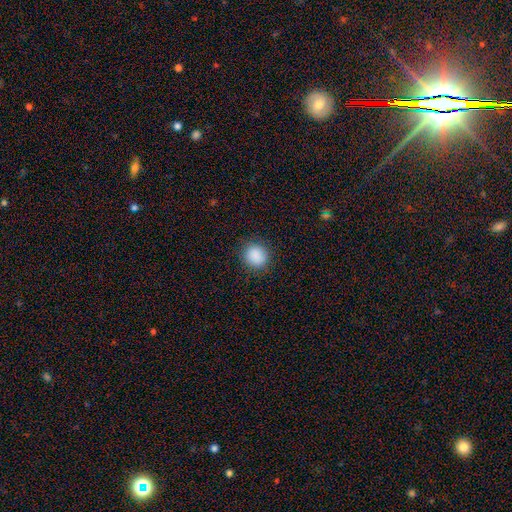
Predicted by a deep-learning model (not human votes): smooth_or_featured: smooth (p=0.89) [alt: star or artifact p=0.09]
how_rounded: round (p=0.84) [alt: in between p=0.15]
merging: none (p=0.89) [alt: minor disturbance p=0.08]